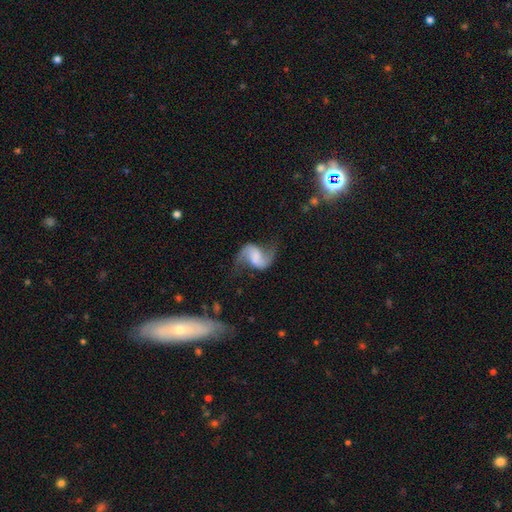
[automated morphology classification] featured or disk 86%, smooth 8%, star or artifact 5%. Down the decision tree: edge-on disk — no (98%); bar — no (42%); spiral arms — yes (96%); spiral arm count — 2 (93%); spiral winding — loose (70%); bulge size — none (47%); merging — none (68%).